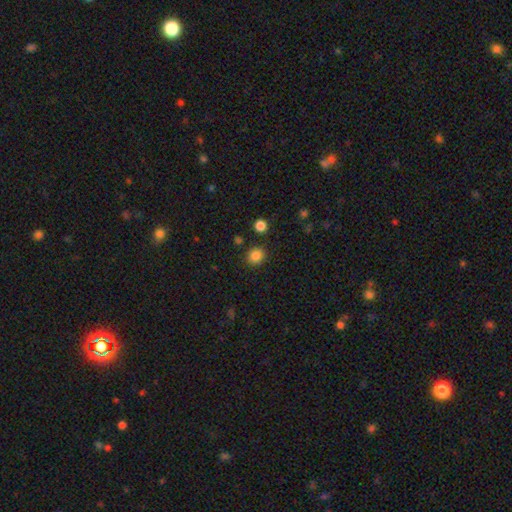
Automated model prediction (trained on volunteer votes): smooth_or_featured: smooth (p=0.85) [alt: star or artifact p=0.11]
how_rounded: round (p=0.85) [alt: in between p=0.14]
merging: none (p=0.86) [alt: minor disturbance p=0.08]